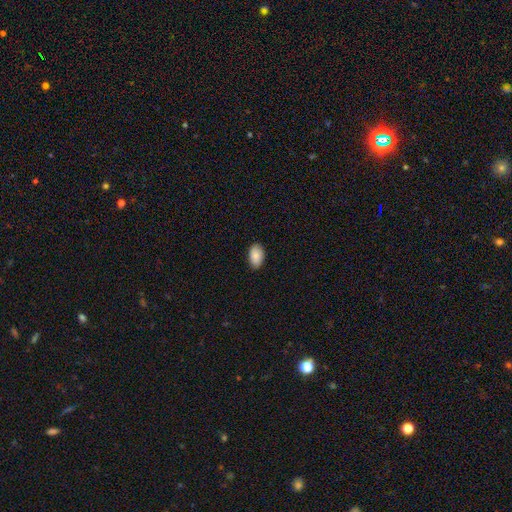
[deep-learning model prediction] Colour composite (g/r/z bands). It shows a smooth galaxy with no disk features (85%) that is in between round and cigar-shaped (93%). Merging: none (86%).